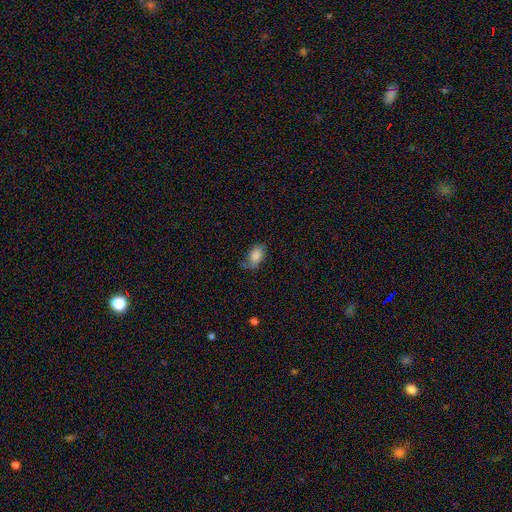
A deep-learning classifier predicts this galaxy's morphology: This is clearly a smooth galaxy (81%). How rounded: clearly in between (90%). Merging: possibly none (54%).